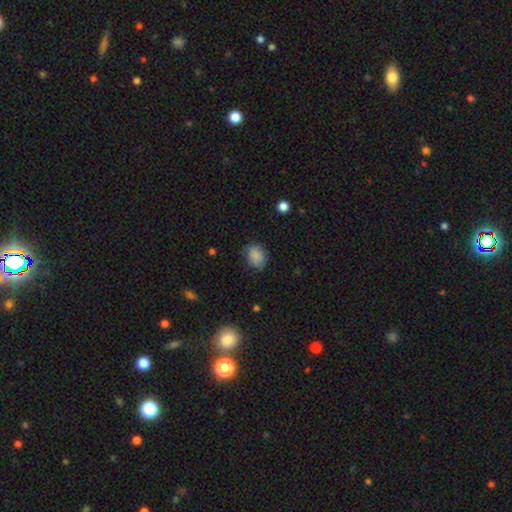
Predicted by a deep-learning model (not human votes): This appears to be a smooth galaxy with no disk features (86%) that is in between round and cigar-shaped (66%). Merging: none (73%).